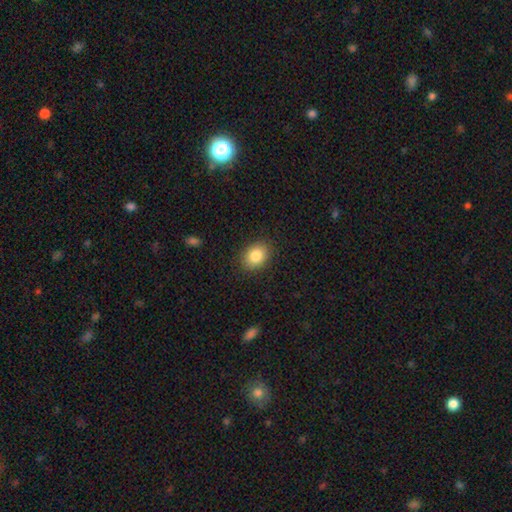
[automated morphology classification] This is clearly a smooth galaxy (85%). How rounded: likely in between (61%). Merging: clearly none (88%).